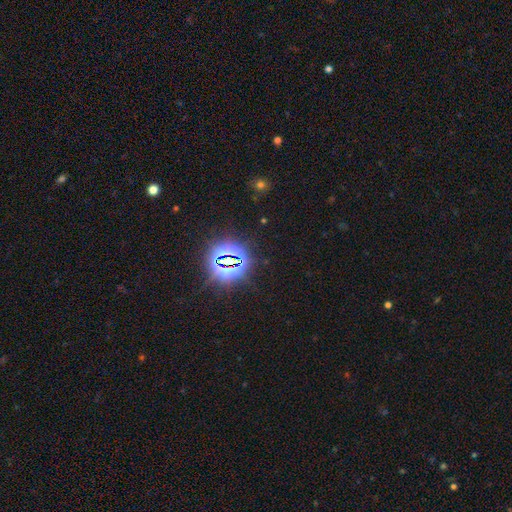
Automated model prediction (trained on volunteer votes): A star or artifact, not a galaxy (81%).